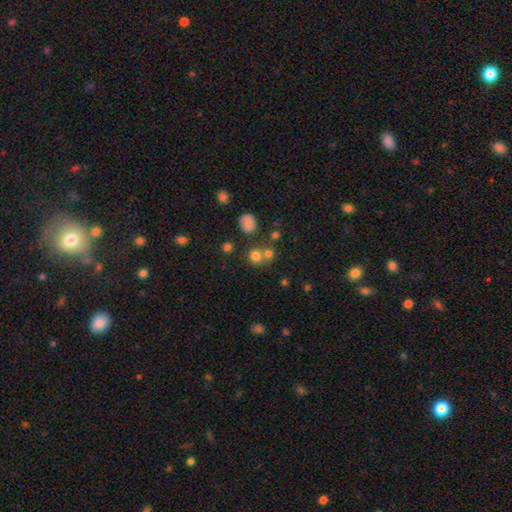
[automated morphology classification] type=smooth (74%); roundness=round (81%); merging=none (55%).